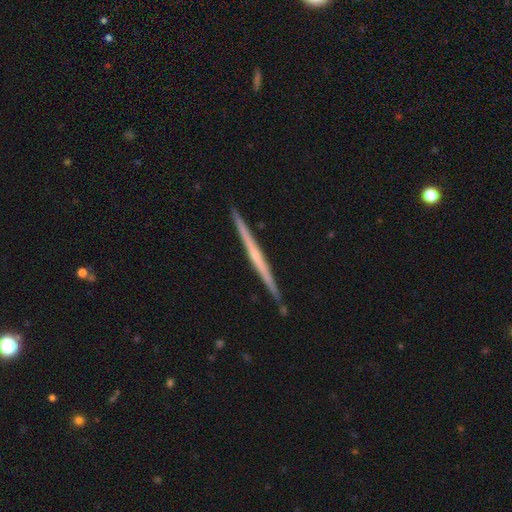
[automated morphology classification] This is likely a featured or disk galaxy (72%). It is clearly viewed edge-on (98%). Edge-on bulge: likely none (69%). Merging: clearly none (91%).